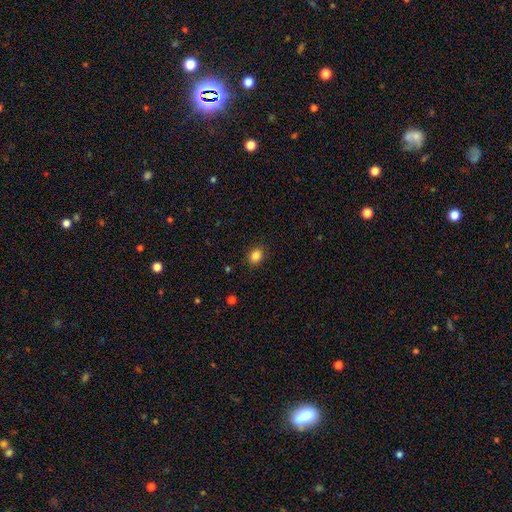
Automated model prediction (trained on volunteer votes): smooth-or-featured: smooth: 85% | star or artifact: 11% | featured or disk: 4%
  how-rounded: round: 50% | in between: 49% | cigar-shaped: 1%
  merging: none: 88% | minor disturbance: 9% | major disturbance: 2% | merger: 1%